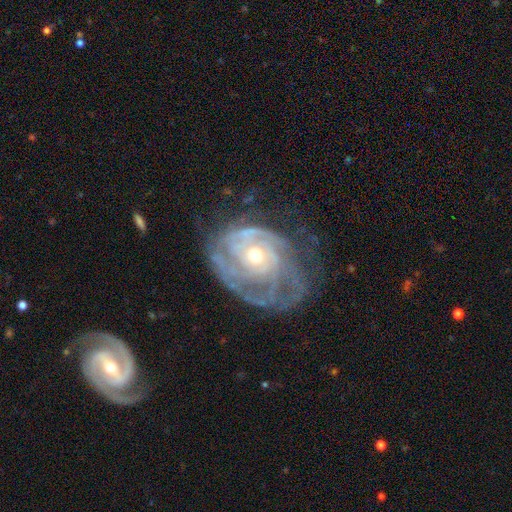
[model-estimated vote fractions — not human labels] Overall: featured or disk (87%). Edge-on disk: no (97%). Bar: no (72%). Spiral arms: yes (94%). Spiral arm count: can't tell (33%; 3 23%). Spiral winding: tight (71%). Bulge size: moderate (52%; small 44%). Merging: none (53%; minor disturbance 24%).